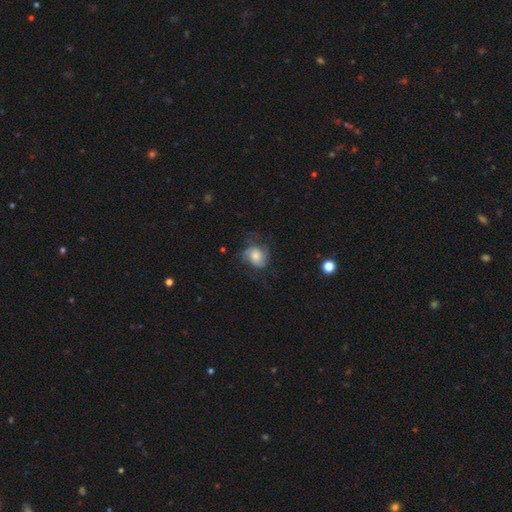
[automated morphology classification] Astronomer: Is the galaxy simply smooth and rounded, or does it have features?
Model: featured or disk — 58% (runner-up: smooth, 33%).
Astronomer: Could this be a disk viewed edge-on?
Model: no — 97%.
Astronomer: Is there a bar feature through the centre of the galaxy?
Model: no — 72%.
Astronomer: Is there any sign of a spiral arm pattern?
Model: yes — 88%.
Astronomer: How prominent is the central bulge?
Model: moderate — 44% (runner-up: large, 31%).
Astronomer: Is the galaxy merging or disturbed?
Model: none — 56%.